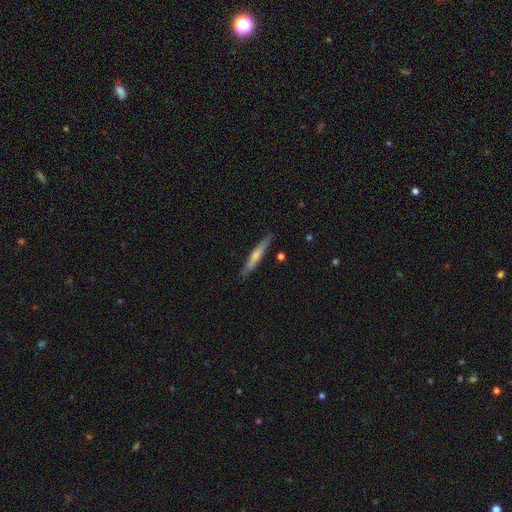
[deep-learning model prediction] This is likely a smooth galaxy (60%). How rounded: clearly cigar-shaped (93%). Merging: clearly none (81%).